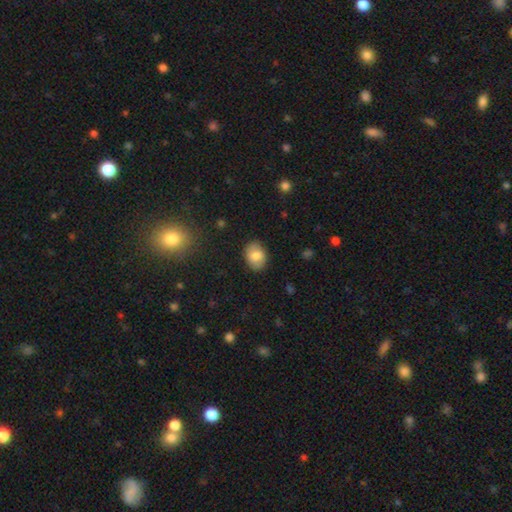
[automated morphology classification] A smooth galaxy with no disk features (80%) that is in between round and cigar-shaped (70%).

Vote fractions:
- Smooth or featured? smooth: 80% / featured or disk: 12% / star or artifact: 8%
- How rounded? in between: 70% / round: 29% / cigar-shaped: 1%
- Merging? none: 83% / minor disturbance: 13% / major disturbance: 3% / merger: 1%